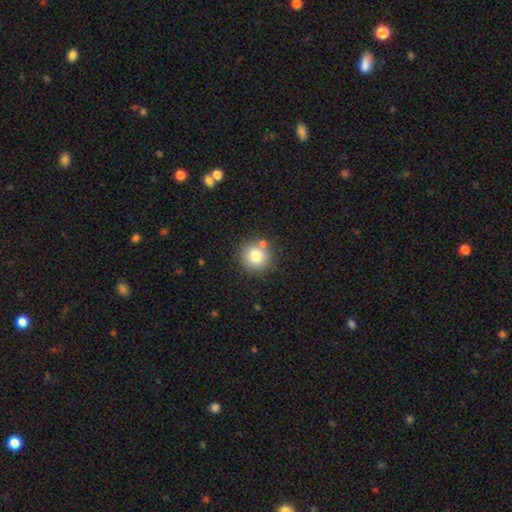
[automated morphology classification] This appears to be a smooth galaxy with no disk features (80%) that is round (93%). Merging: none (77%).